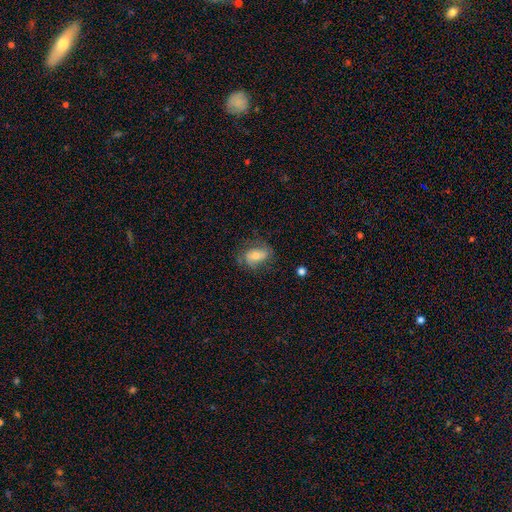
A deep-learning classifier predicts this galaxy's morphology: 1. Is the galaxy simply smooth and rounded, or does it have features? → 52% featured or disk, 38% smooth, 10% star or artifact.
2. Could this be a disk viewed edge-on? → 95% no, 5% yes.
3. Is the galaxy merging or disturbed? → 67% none, 21% minor disturbance, 11% major disturbance, 1% merger.